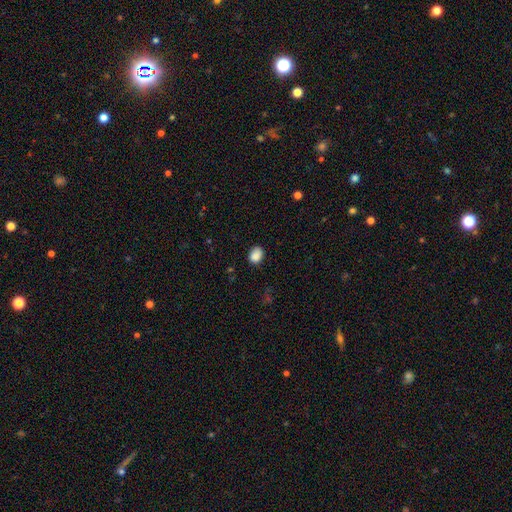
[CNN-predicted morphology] This is clearly a smooth galaxy (87%). How rounded: likely in between (63%). Merging: likely none (78%).